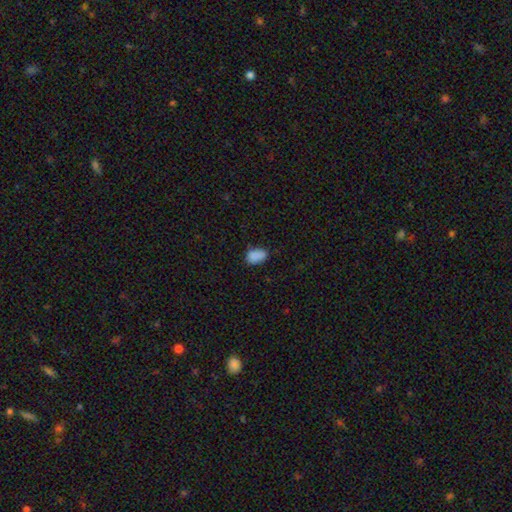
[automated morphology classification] Smooth or featured?
  - smooth: 87% *
  - star or artifact: 9%
  - featured or disk: 4%
How rounded?
  - in between: 87% *
  - round: 12%
  - cigar-shaped: 1%
Merging?
  - none: 73% *
  - minor disturbance: 21%
  - major disturbance: 4%
  - merger: 2%